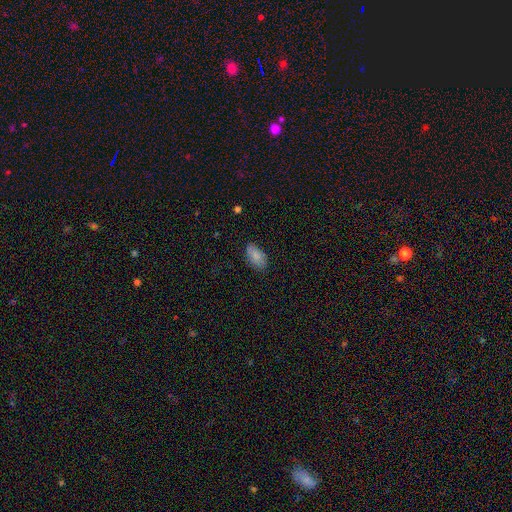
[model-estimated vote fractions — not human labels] Overall: smooth (83%). How rounded: in between (94%). Merging: none (77%).